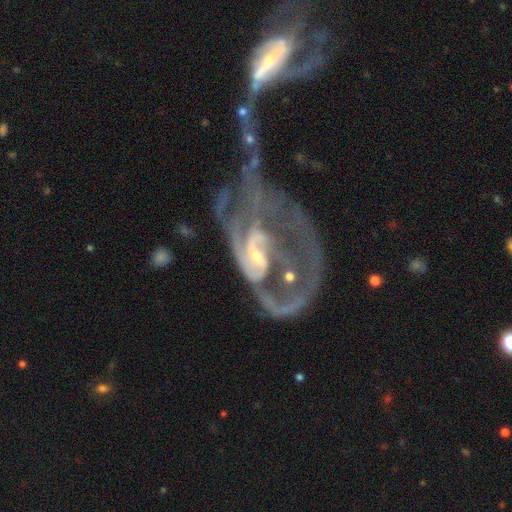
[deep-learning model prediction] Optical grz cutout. It shows a featured or disk galaxy (87%) with no bar (42%), 2 (42%) loose (44%) spiral arms (87%) and a small central bulge (61%). Merging: major disturbance (52%).